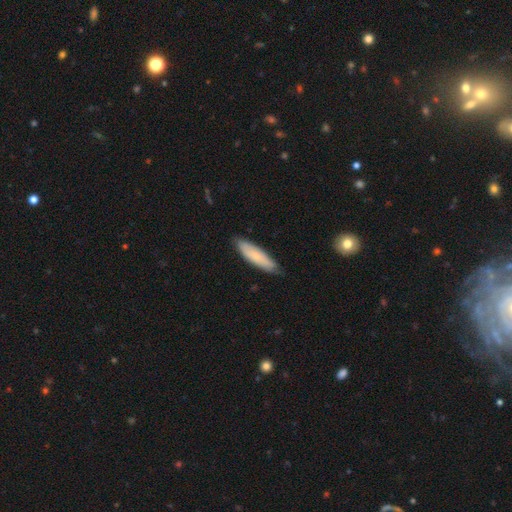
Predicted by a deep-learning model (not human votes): This appears to be a smooth galaxy with no disk features (71%) that is cigar-shaped (64%). Merging: none (78%).